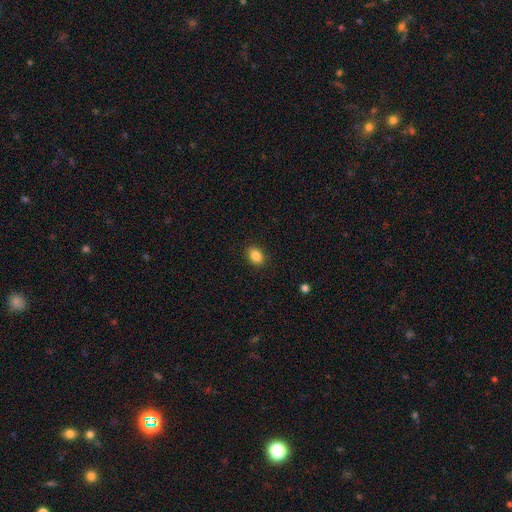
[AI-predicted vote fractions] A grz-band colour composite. It shows a smooth galaxy with no disk features (86%) that is in between round and cigar-shaped (80%). Merging: none (89%).